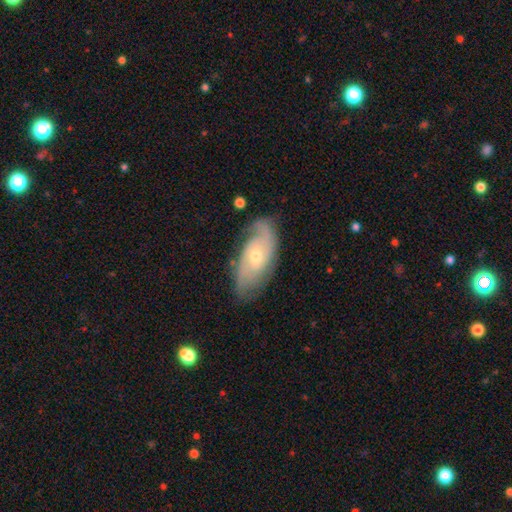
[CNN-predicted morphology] Q: Smooth or featured?
A: featured or disk (75%); runner-up: smooth (19%)
Q: Edge-on disk?
A: no (92%); runner-up: yes (8%)
Q: Bar?
A: no (76%); runner-up: weak (20%)
Q: Spiral arms?
A: yes (90%); runner-up: no (10%)
Q: Spiral winding?
A: tight (47%); runner-up: medium (37%)
Q: Spiral arm count?
A: 2 (54%); runner-up: can't tell (25%)
Q: Bulge size?
A: small (53%); runner-up: moderate (44%)
Q: Merging?
A: none (70%); runner-up: minor disturbance (21%)